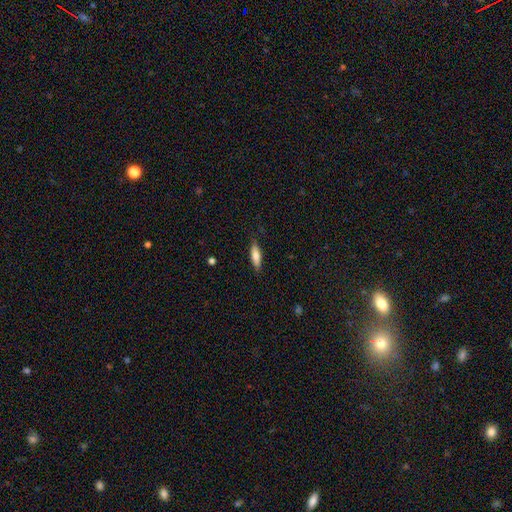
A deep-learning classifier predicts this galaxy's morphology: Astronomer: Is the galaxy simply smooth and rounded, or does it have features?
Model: smooth — 75%.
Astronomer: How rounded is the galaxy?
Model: cigar-shaped — 53% (runner-up: in between, 45%).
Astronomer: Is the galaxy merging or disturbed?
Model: none — 83%.